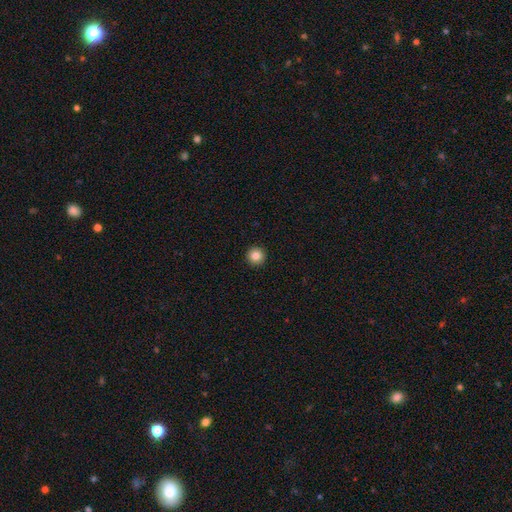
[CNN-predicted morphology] Smooth or featured: smooth — 85% (star or artifact — 10%)
How rounded: round — 96% (in between — 3%)
Merging: none — 94% (minor disturbance — 3%)